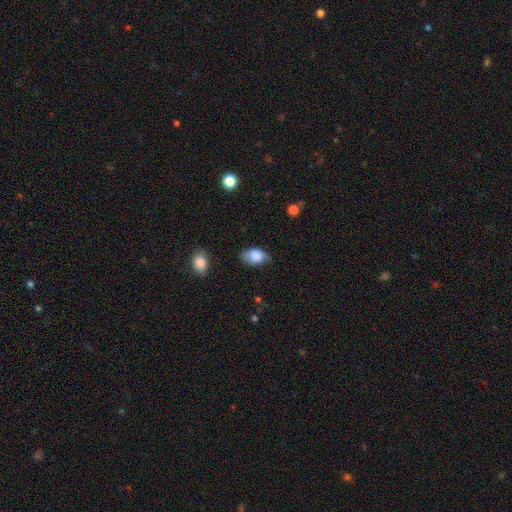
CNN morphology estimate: Smooth or featured? Predicted: smooth (p=0.82). How rounded? Predicted: in between (p=0.89). Merging? Predicted: none (p=0.62).